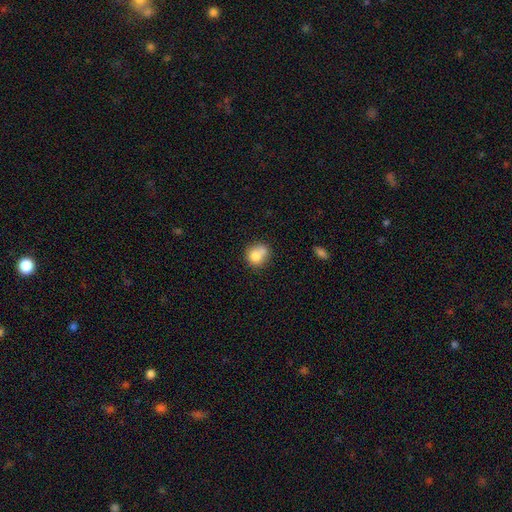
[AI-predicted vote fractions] smooth 77%, featured or disk 13%, star or artifact 10%. Down the decision tree: how rounded — round (75%); merging — none (44%).